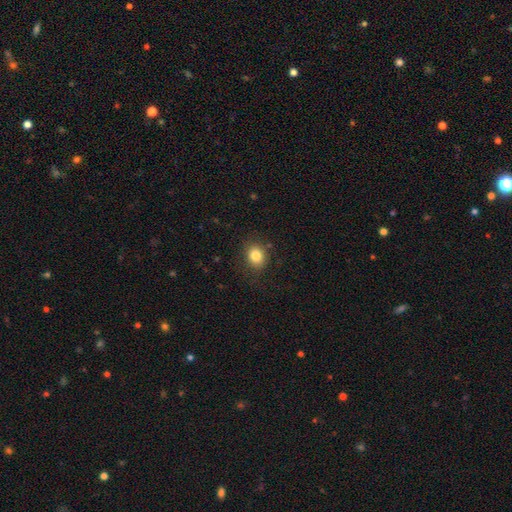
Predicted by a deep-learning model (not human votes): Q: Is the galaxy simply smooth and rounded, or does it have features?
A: smooth — 83%.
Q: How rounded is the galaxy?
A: round — 62%.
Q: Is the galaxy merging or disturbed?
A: none — 85%.